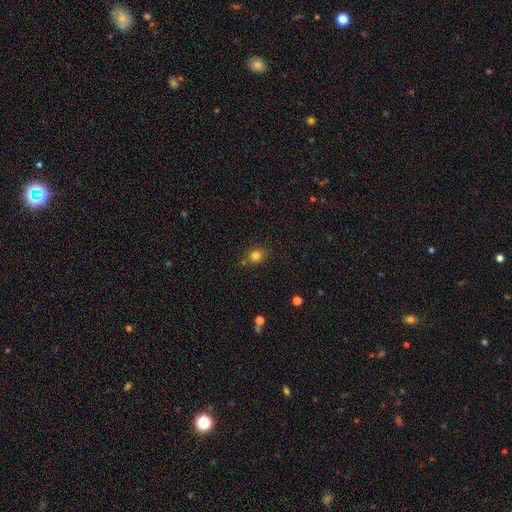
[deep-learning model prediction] Morphology: type=smooth (80%); roundness=round (70%); merging=none (77%).